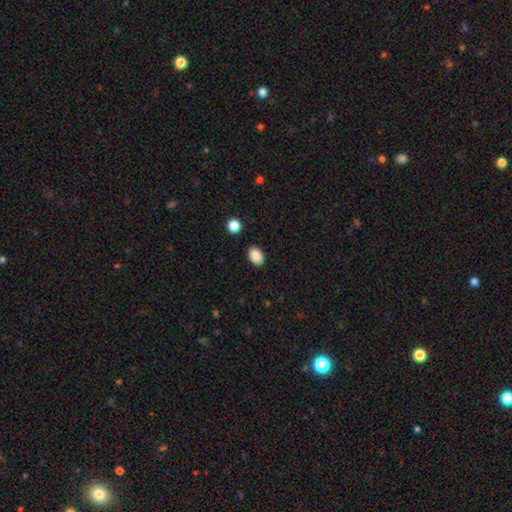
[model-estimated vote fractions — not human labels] Smooth or featured: smooth — 88% (star or artifact — 8%)
How rounded: in between — 85% (round — 14%)
Merging: none — 88% (minor disturbance — 8%)